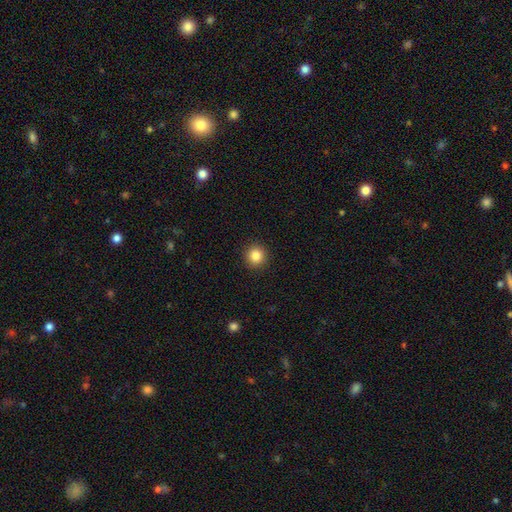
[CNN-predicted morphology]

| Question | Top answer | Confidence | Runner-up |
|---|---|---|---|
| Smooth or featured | smooth | 85% | star or artifact (11%) |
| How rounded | round | 93% | in between (6%) |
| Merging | none | 92% | minor disturbance (5%) |